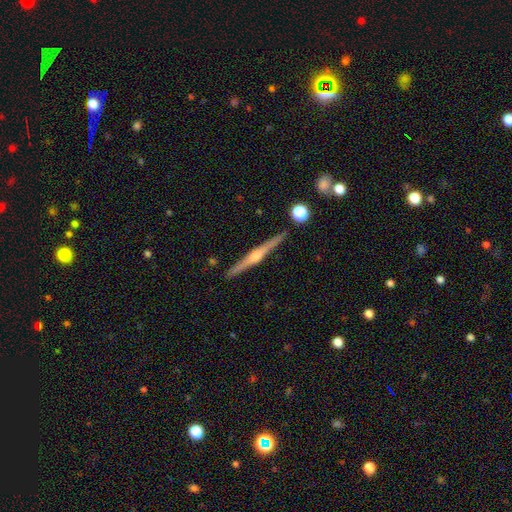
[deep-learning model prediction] Smooth or featured?
  - featured or disk: 83% *
  - smooth: 11%
  - star or artifact: 5%
Edge-on disk?
  - yes: 99% *
  - no: 1%
Edge-on bulge?
  - rounded: 87% *
  - boxy: 7%
  - none: 6%
Merging?
  - none: 92% *
  - minor disturbance: 5%
  - merger: 1%
  - major disturbance: 1%